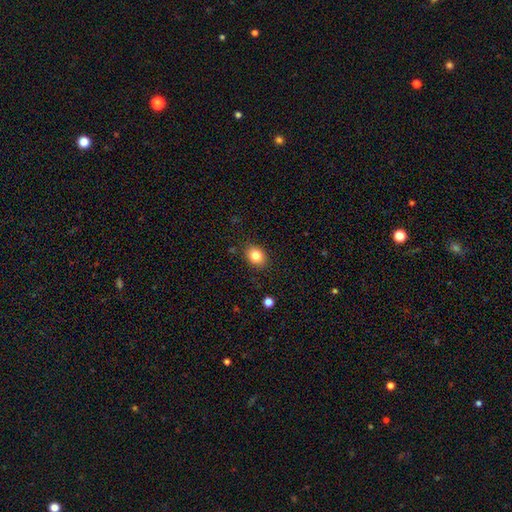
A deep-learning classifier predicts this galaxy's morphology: The model was most divided on "how rounded": in between: 53%, round: 46%, cigar-shaped: 1%. More confident: merging — none (86%); smooth or featured — smooth (84%).